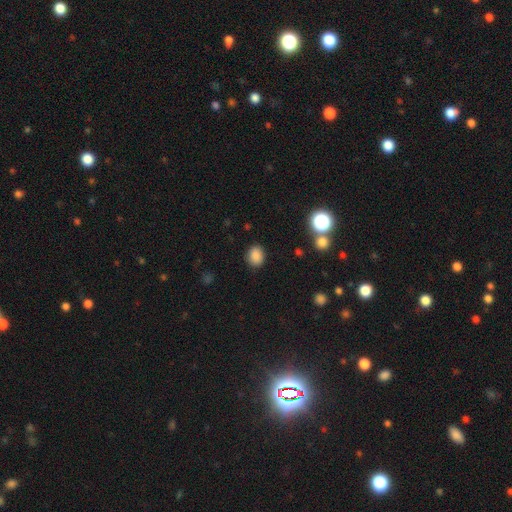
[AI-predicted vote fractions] Overall: smooth (85%). How rounded: round (56%; in between 43%). Merging: none (87%).